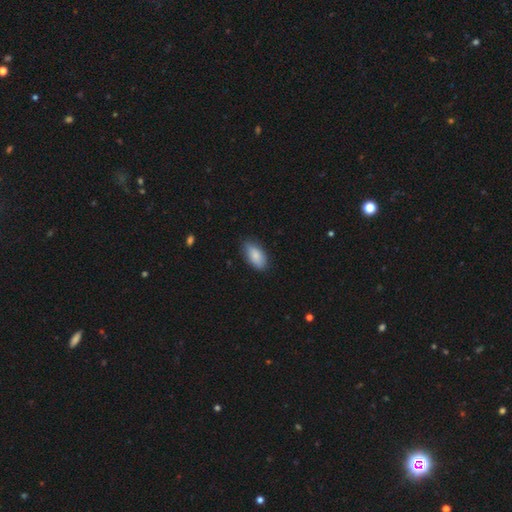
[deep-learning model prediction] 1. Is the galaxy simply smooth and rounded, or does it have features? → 86% smooth, 8% featured or disk, 6% star or artifact.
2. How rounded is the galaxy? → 92% in between, 5% cigar-shaped, 3% round.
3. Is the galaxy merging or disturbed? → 79% none, 17% minor disturbance, 3% major disturbance, 1% merger.